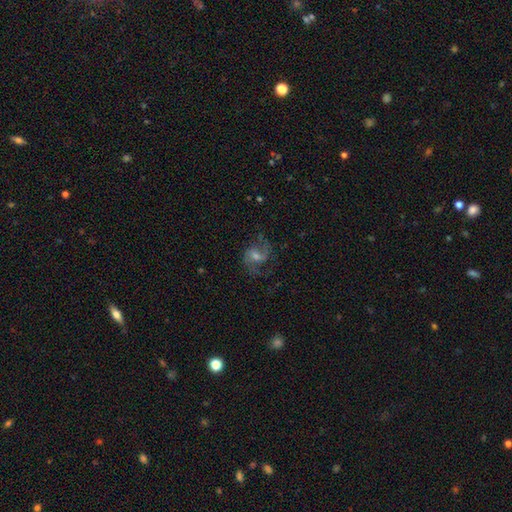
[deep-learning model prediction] Q: Smooth or featured?
A: featured or disk (80%); runner-up: smooth (11%)
Q: Edge-on disk?
A: no (98%); runner-up: yes (2%)
Q: Bar?
A: weak (53%); runner-up: no (32%)
Q: Spiral arms?
A: yes (95%); runner-up: no (5%)
Q: Spiral winding?
A: medium (50%); runner-up: loose (39%)
Q: Spiral arm count?
A: 2 (85%); runner-up: can't tell (5%)
Q: Bulge size?
A: moderate (45%); runner-up: small (39%)
Q: Merging?
A: none (68%); runner-up: minor disturbance (17%)